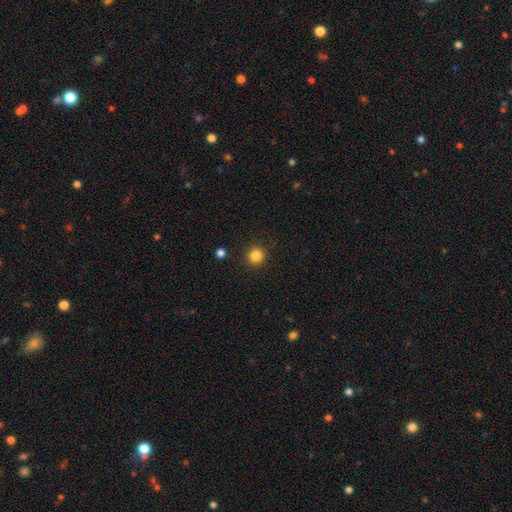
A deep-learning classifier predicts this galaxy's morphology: A smooth galaxy with no disk features (84%) that is round (93%).

Vote fractions:
- Smooth or featured? smooth: 84% / star or artifact: 12% / featured or disk: 4%
- How rounded? round: 93% / in between: 6% / cigar-shaped: 1%
- Merging? none: 92% / minor disturbance: 5% / major disturbance: 2% / merger: 1%